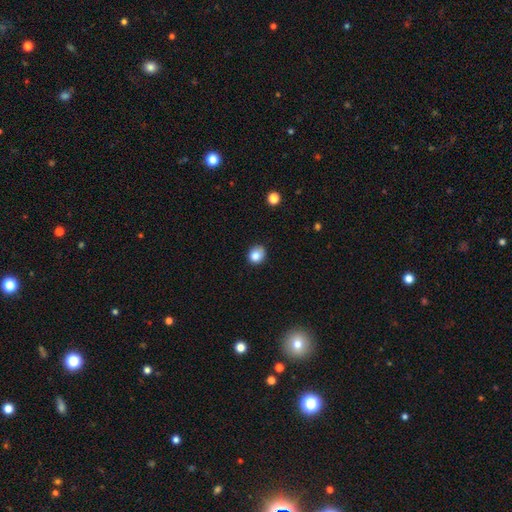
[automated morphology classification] smooth-or-featured: smooth: 84% | star or artifact: 10% | featured or disk: 6%
  how-rounded: round: 73% | in between: 26% | cigar-shaped: 1%
  merging: none: 75% | minor disturbance: 20% | major disturbance: 4% | merger: 2%